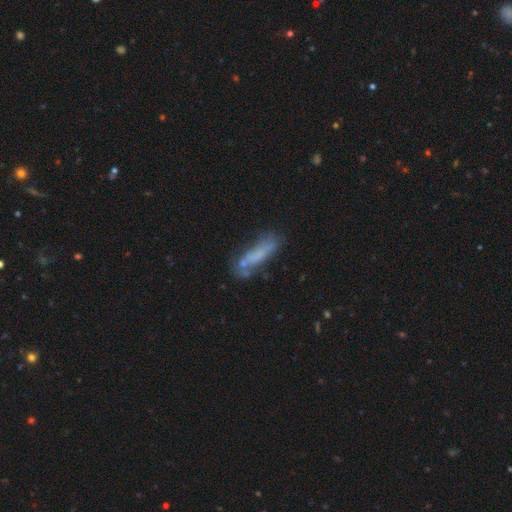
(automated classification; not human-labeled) Morphology: type=smooth (56%); roundness=cigar-shaped (72%); merging=none (52%).